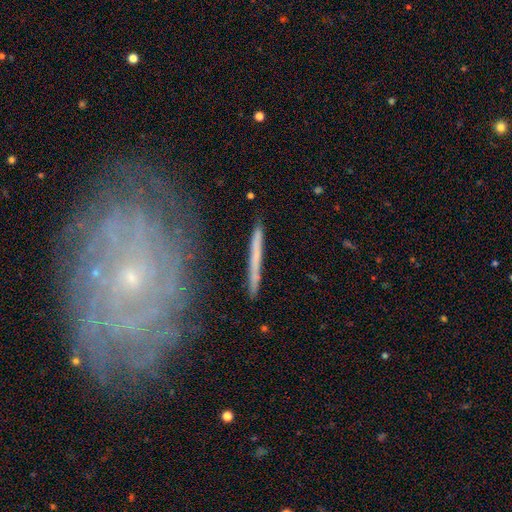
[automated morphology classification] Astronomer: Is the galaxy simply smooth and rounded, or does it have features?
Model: featured or disk — 56% (runner-up: smooth, 35%).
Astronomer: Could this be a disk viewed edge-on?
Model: yes — 73%.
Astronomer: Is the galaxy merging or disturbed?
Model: none — 83%.